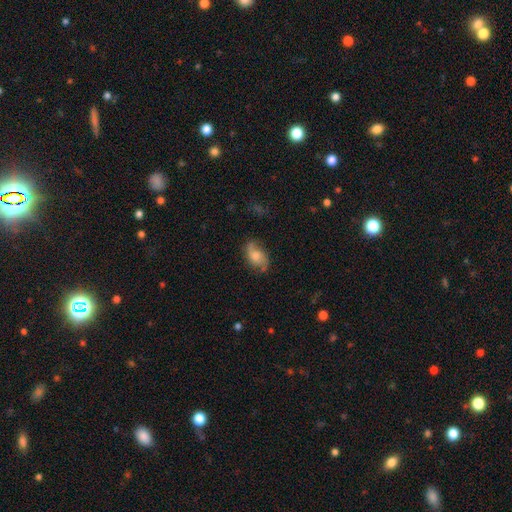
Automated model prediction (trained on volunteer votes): Morphology: type=smooth (47%); merging=none (69%).